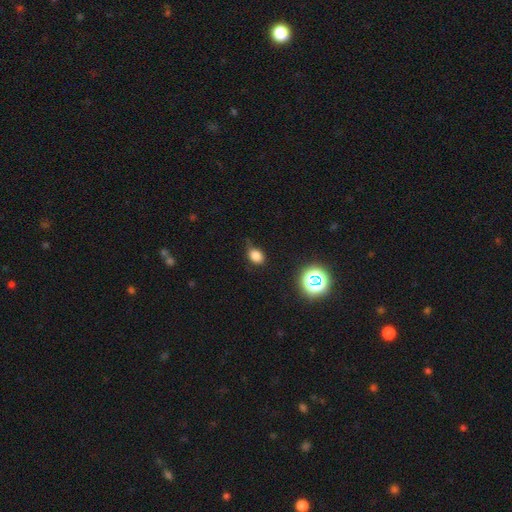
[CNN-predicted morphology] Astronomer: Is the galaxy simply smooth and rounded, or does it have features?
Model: smooth — 79%.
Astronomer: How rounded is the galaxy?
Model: in between — 69%.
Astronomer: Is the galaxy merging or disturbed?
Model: none — 69%.